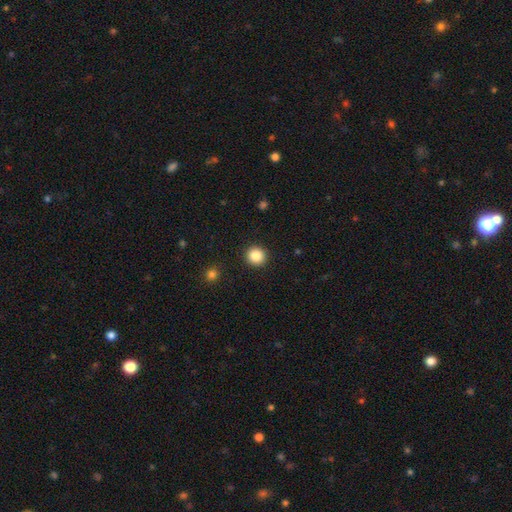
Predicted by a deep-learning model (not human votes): Smooth or featured? Predicted: smooth (p=0.86). How rounded? Predicted: round (p=0.94). Merging? Predicted: none (p=0.92).